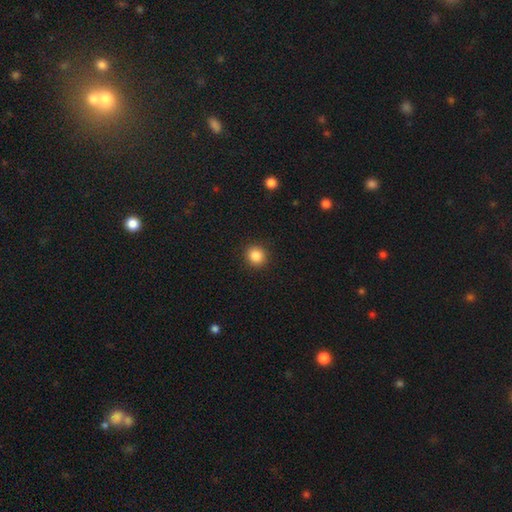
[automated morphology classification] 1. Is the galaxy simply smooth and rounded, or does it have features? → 86% smooth, 10% star or artifact, 4% featured or disk.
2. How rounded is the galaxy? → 89% round, 10% in between, 1% cigar-shaped.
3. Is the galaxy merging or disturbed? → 92% none, 5% minor disturbance, 2% major disturbance, 1% merger.